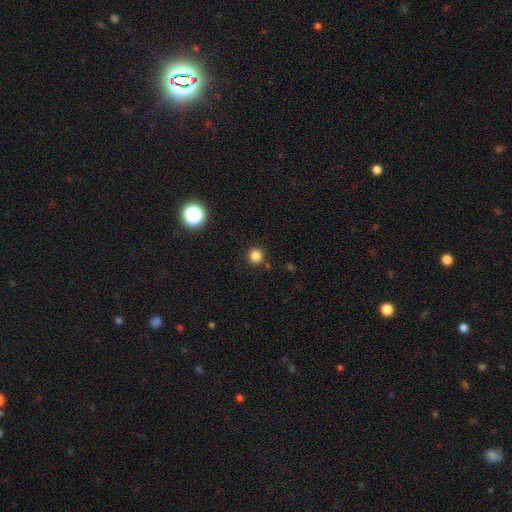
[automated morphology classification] A smooth galaxy with no disk features (82%) that is round (94%).

Vote fractions:
- Smooth or featured? smooth: 82% / star or artifact: 14% / featured or disk: 4%
- How rounded? round: 94% / in between: 5% / cigar-shaped: 1%
- Merging? none: 90% / minor disturbance: 6% / merger: 2% / major disturbance: 2%